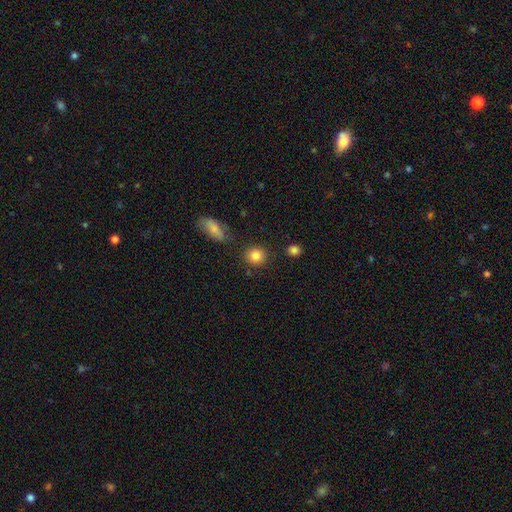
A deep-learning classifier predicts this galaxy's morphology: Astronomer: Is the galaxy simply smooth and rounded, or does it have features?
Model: smooth — 85%.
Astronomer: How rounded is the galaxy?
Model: round — 86%.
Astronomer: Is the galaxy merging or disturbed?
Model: none — 84%.